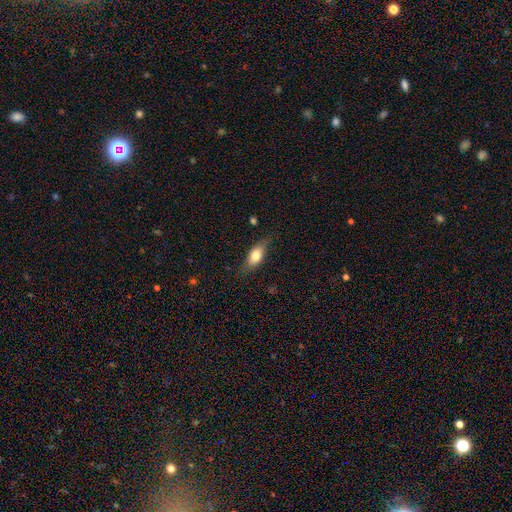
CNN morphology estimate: Smooth or featured?
  - smooth: 73% *
  - featured or disk: 20%
  - star or artifact: 7%
How rounded?
  - in between: 78% *
  - cigar-shaped: 17%
  - round: 4%
Merging?
  - none: 75% *
  - minor disturbance: 20%
  - major disturbance: 5%
  - merger: 1%